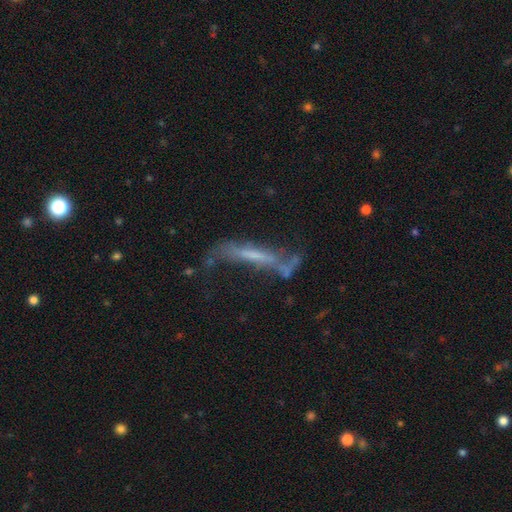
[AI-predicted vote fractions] This appears to be a featured or disk galaxy (63%). Merging: none (36%).